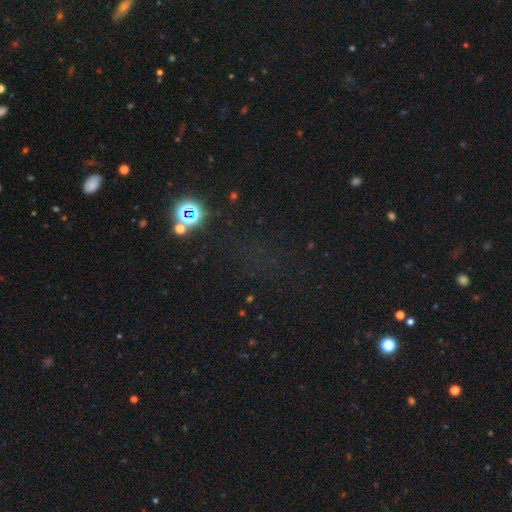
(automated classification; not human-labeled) Smooth or featured?
  - star or artifact: 69% *
  - smooth: 22%
  - featured or disk: 9%